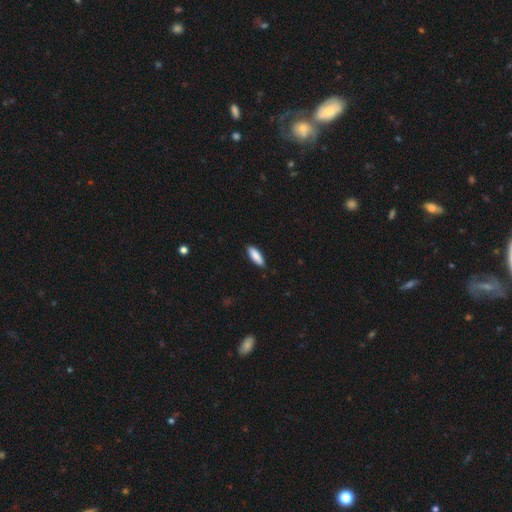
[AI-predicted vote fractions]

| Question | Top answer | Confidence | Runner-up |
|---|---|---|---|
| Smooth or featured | smooth | 87% | featured or disk (7%) |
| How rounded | in between | 60% | cigar-shaped (39%) |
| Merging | none | 87% | minor disturbance (10%) |